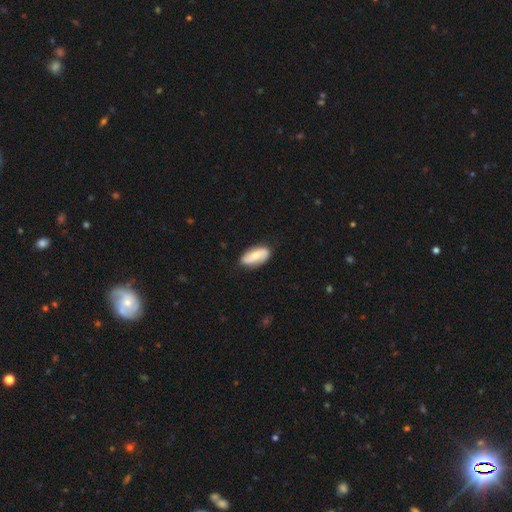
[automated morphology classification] This is possibly a smooth galaxy (49%). Merging: clearly none (85%).